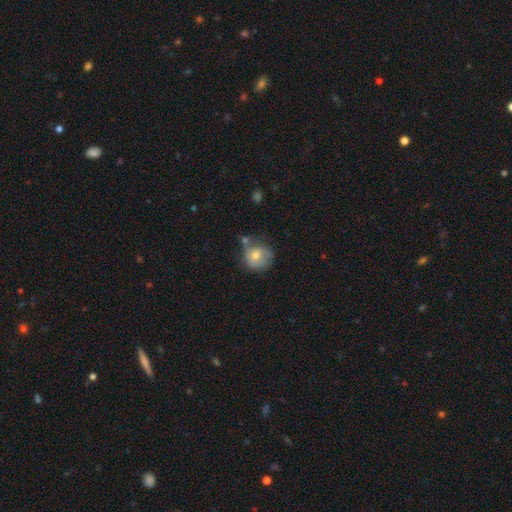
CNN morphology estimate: This is likely a smooth galaxy (69%). How rounded: likely round (80%). Merging: marginally none (43%).